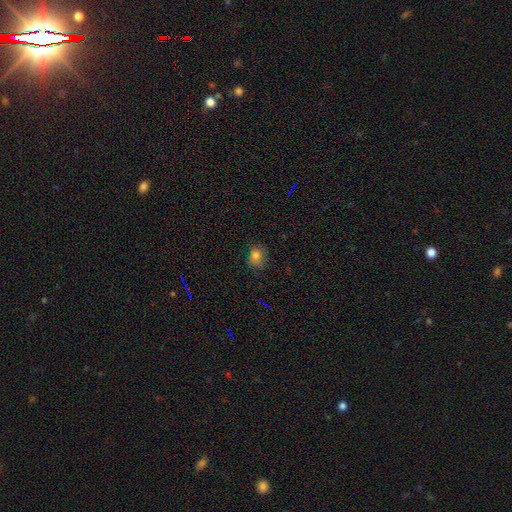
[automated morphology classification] The model was most divided on "how rounded": round: 65%, in between: 34%, cigar-shaped: 1%. More confident: smooth or featured — smooth (77%); merging — none (73%).